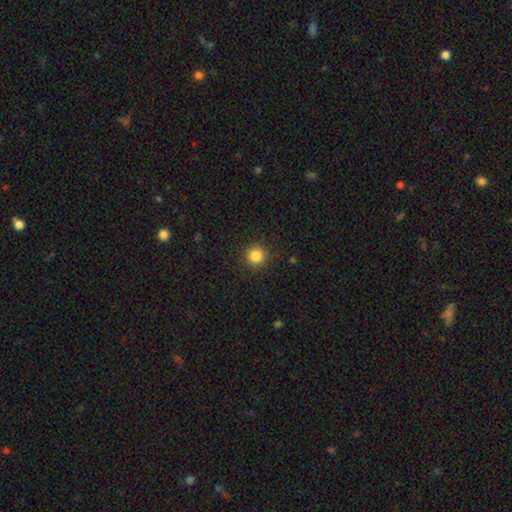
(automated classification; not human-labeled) Smooth or featured?
  - smooth: 84% *
  - star or artifact: 12%
  - featured or disk: 4%
How rounded?
  - round: 95% *
  - in between: 4%
  - cigar-shaped: 1%
Merging?
  - none: 91% *
  - minor disturbance: 6%
  - major disturbance: 2%
  - merger: 1%